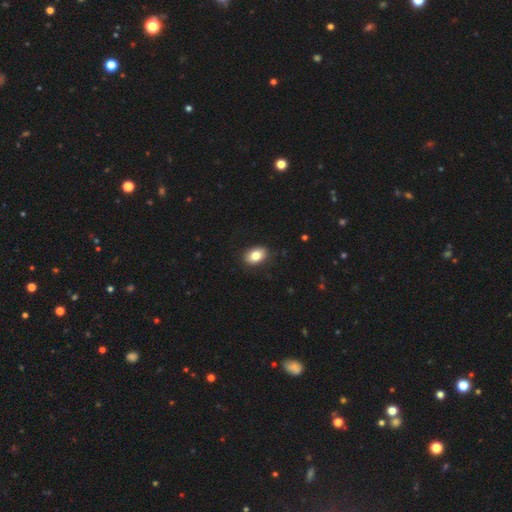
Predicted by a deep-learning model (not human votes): Overall: smooth (82%). How rounded: in between (82%). Merging: none (88%).